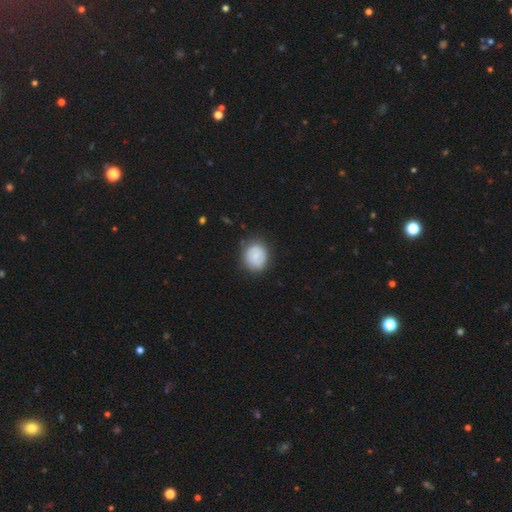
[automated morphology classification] Smooth or featured?
  - smooth: 76% *
  - featured or disk: 17%
  - star or artifact: 7%
How rounded?
  - round: 72% *
  - in between: 27%
  - cigar-shaped: 1%
Merging?
  - none: 80% *
  - minor disturbance: 14%
  - major disturbance: 4%
  - merger: 1%